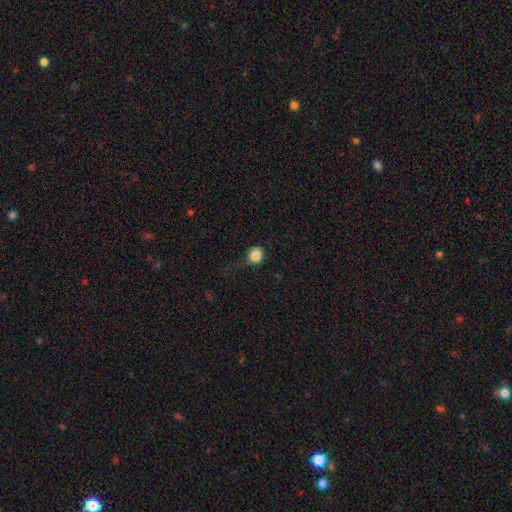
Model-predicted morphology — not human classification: A smooth galaxy with no disk features (83%) that is round (82%).

Vote fractions:
- Smooth or featured? smooth: 83% / star or artifact: 11% / featured or disk: 7%
- How rounded? round: 82% / in between: 17% / cigar-shaped: 1%
- Merging? none: 54% / minor disturbance: 29% / major disturbance: 16% / merger: 2%